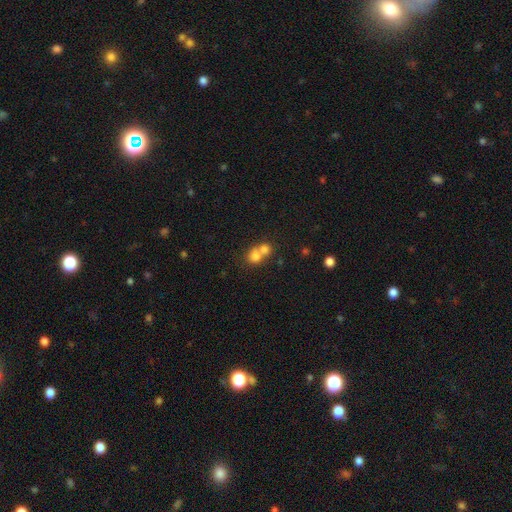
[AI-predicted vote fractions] This is likely a smooth galaxy (75%). How rounded: likely round (75%). Merging: likely merger (65%).